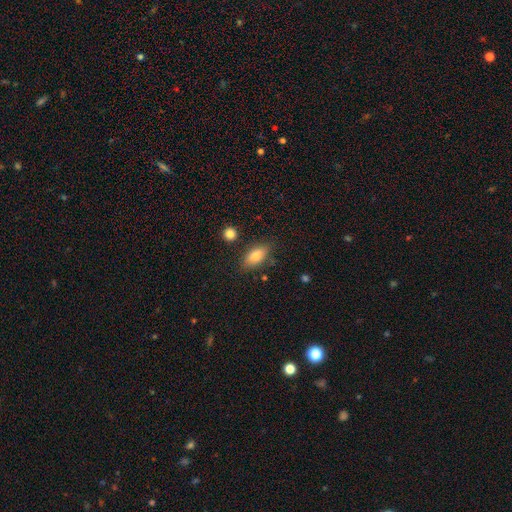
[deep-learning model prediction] A smooth galaxy with no disk features (78%) that is in between round and cigar-shaped (87%). Merging: none (79%).